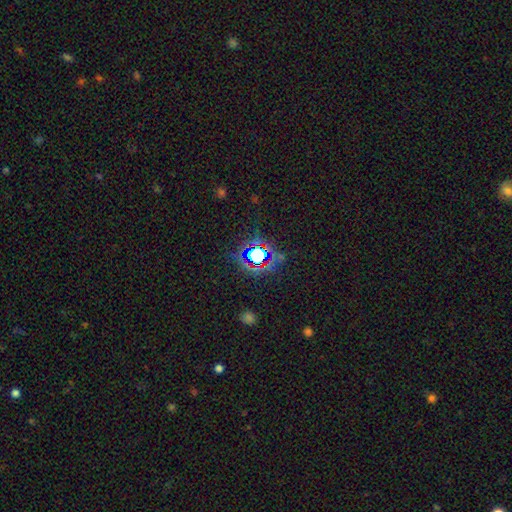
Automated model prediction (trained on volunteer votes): This appears to be a star or artifact, not a galaxy (69%).